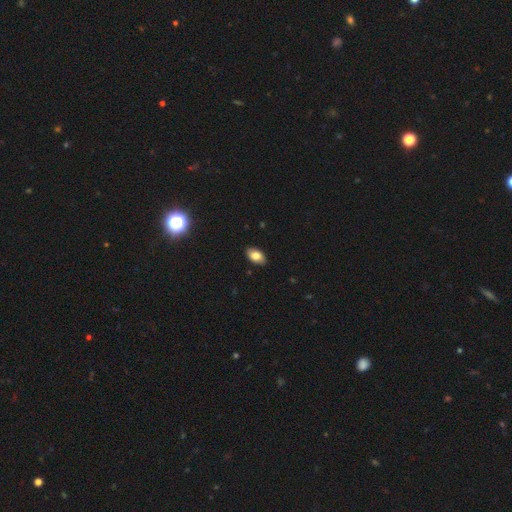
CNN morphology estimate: type=smooth (81%); roundness=in between (93%); merging=none (89%).